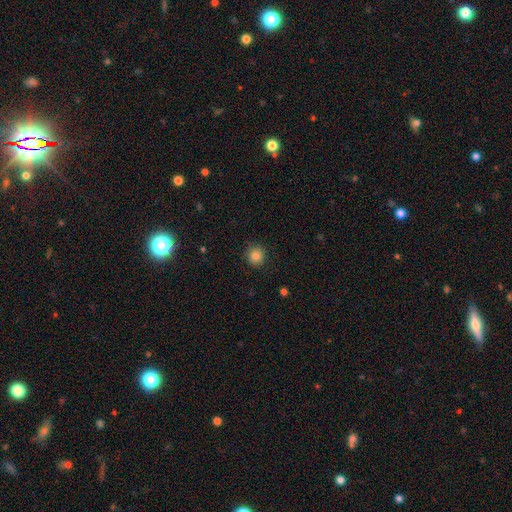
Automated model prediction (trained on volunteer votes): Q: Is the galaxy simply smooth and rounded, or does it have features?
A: smooth — 85%.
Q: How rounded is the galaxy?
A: round — 89%.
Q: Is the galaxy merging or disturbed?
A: none — 86%.